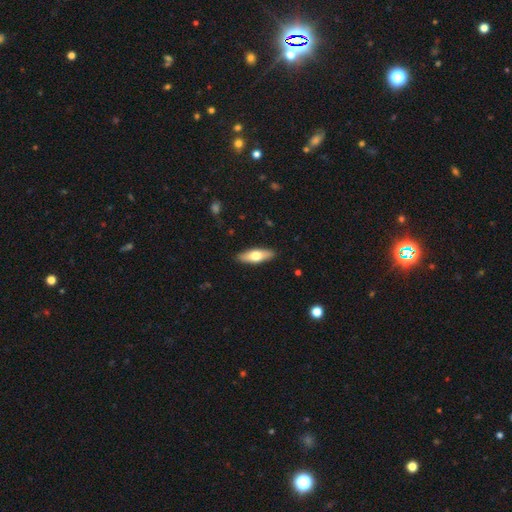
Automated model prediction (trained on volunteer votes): This is possibly a smooth galaxy (59%). How rounded: possibly in between (56%). Merging: clearly none (90%).